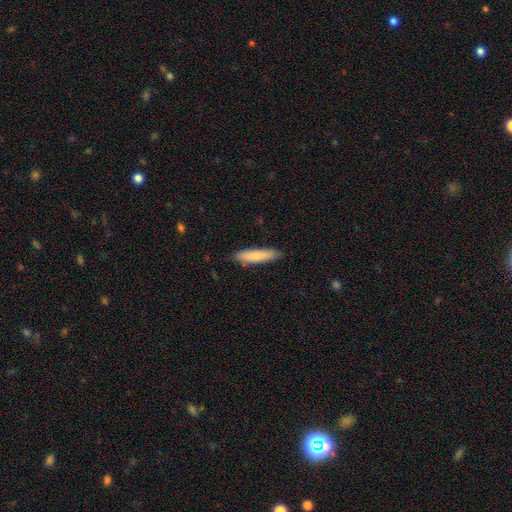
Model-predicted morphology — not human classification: This is likely a smooth galaxy (80%). How rounded: likely cigar-shaped (80%). Merging: clearly none (86%).